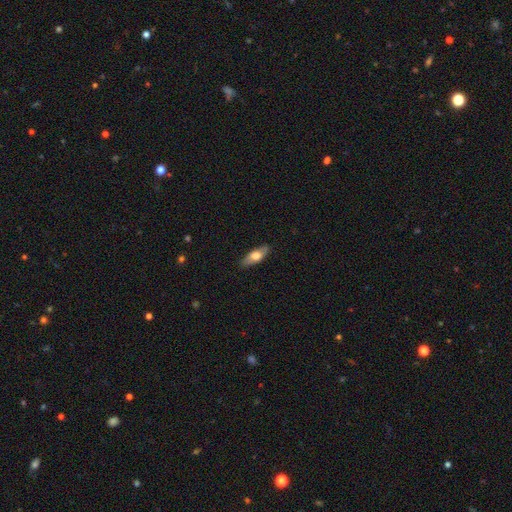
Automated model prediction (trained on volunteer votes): The model was most divided on "smooth or featured": smooth: 62%, featured or disk: 32%, star or artifact: 6%. More confident: merging — none (85%); how rounded — in between (70%).